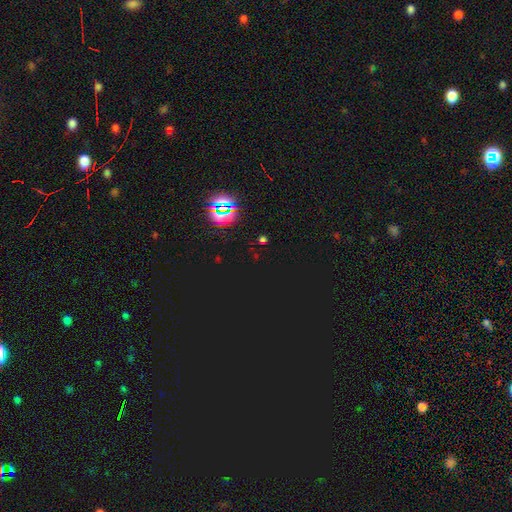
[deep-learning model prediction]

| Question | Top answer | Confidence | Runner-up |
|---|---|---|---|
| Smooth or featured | star or artifact | 78% | smooth (16%) |